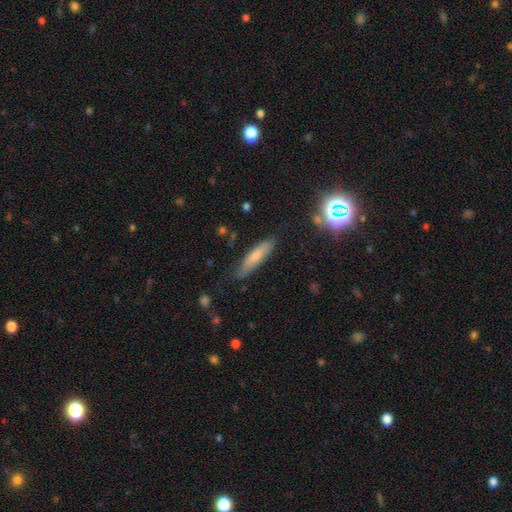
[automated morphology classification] Smooth or featured? Predicted: smooth (p=0.65). How rounded? Predicted: cigar-shaped (p=0.75). Merging? Predicted: none (p=0.75).